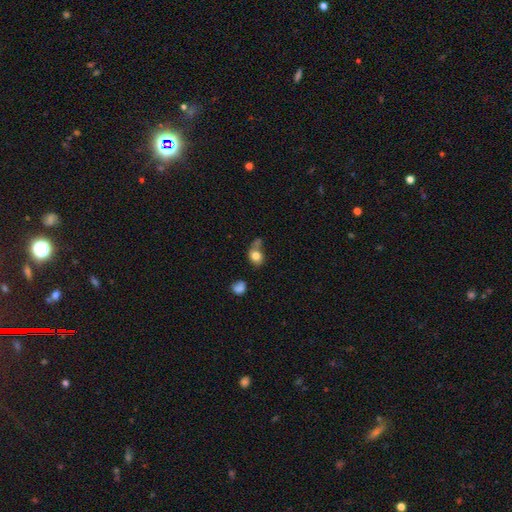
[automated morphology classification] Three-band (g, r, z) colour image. It shows a smooth galaxy with no disk features (78%) that is round (56%). Merging: none (39%).